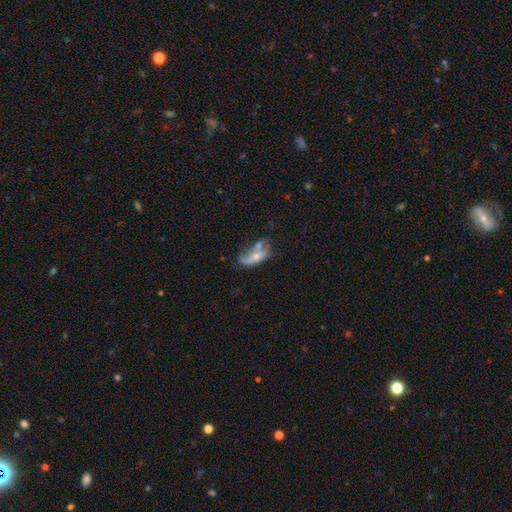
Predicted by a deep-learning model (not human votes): Smooth or featured?
  - featured or disk: 52% *
  - smooth: 40%
  - star or artifact: 8%
Edge-on disk?
  - no: 87% *
  - yes: 13%
Merging?
  - merger: 34% *
  - none: 26%
  - major disturbance: 21%
  - minor disturbance: 19%